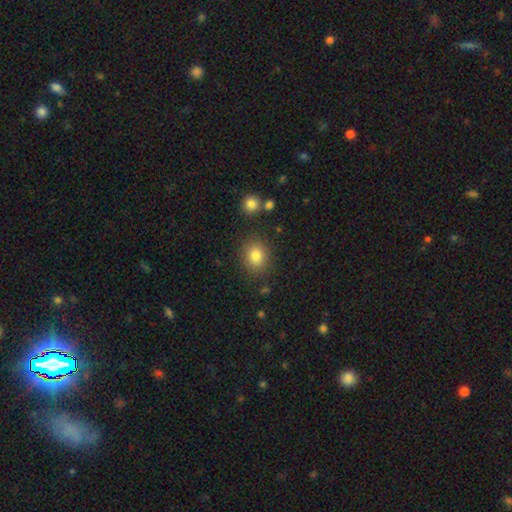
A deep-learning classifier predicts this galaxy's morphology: A smooth galaxy with no disk features (82%) that is round (71%). Merging: none (84%).